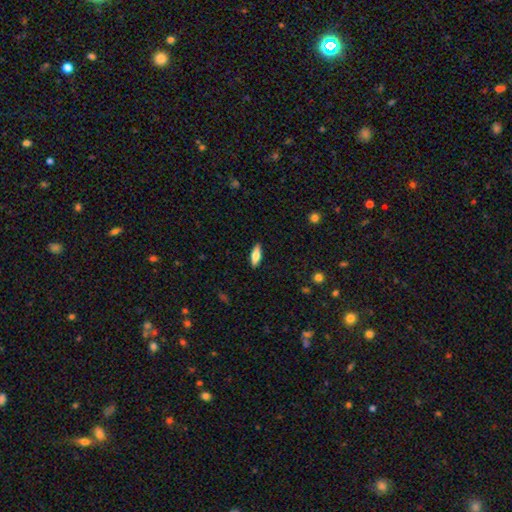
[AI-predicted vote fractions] Smooth or featured?
  - smooth: 69% *
  - featured or disk: 24%
  - star or artifact: 6%
How rounded?
  - in between: 56% *
  - cigar-shaped: 42%
  - round: 2%
Merging?
  - none: 89% *
  - minor disturbance: 8%
  - major disturbance: 2%
  - merger: 1%